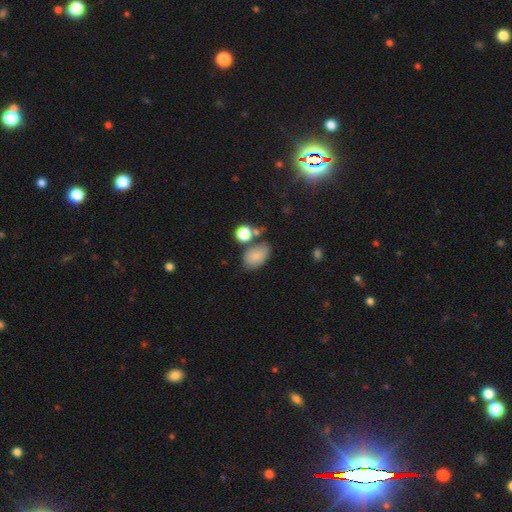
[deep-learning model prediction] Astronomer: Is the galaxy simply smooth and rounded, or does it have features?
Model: smooth — 81%.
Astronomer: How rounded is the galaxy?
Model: in between — 86%.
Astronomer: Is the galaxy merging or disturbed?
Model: none — 60%.